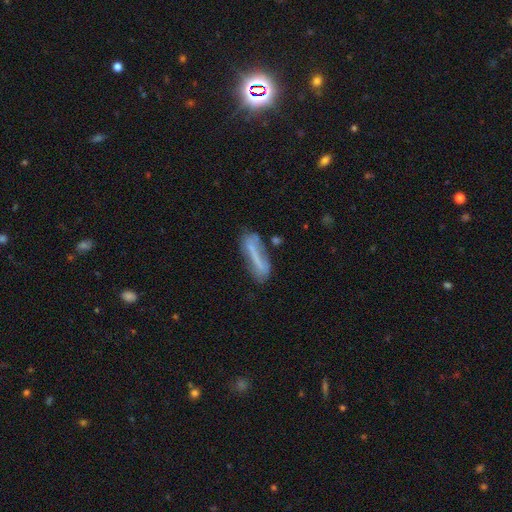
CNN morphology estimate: Smooth or featured? smooth (49%)
Merging? none (58%)